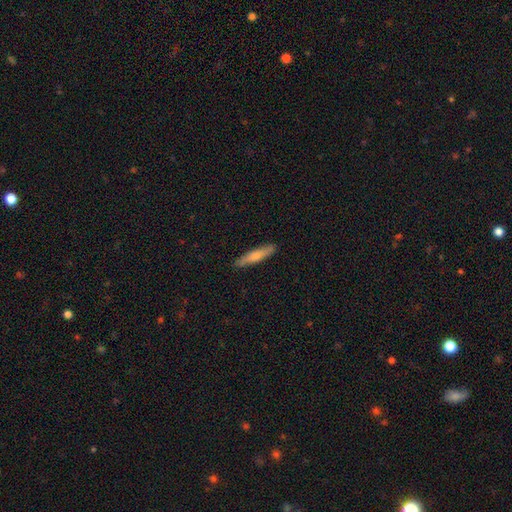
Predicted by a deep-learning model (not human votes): Smooth or featured? Predicted: smooth (p=0.68). How rounded? Predicted: cigar-shaped (p=0.87). Merging? Predicted: none (p=0.88).